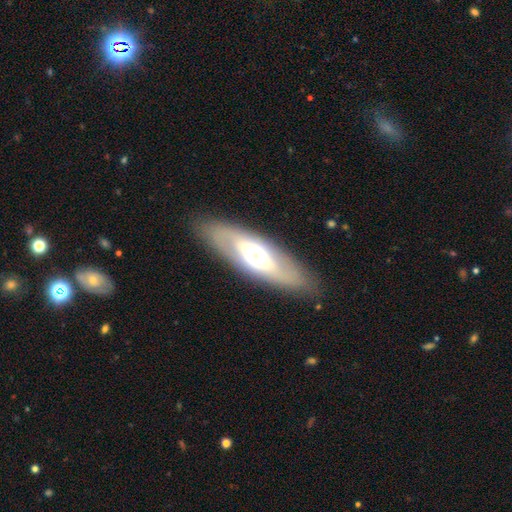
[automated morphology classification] smooth_or_featured: featured or disk (p=0.55) [alt: smooth p=0.39]
disk_edge_on: no (p=0.69) [alt: yes p=0.31]
merging: none (p=0.85) [alt: minor disturbance p=0.10]